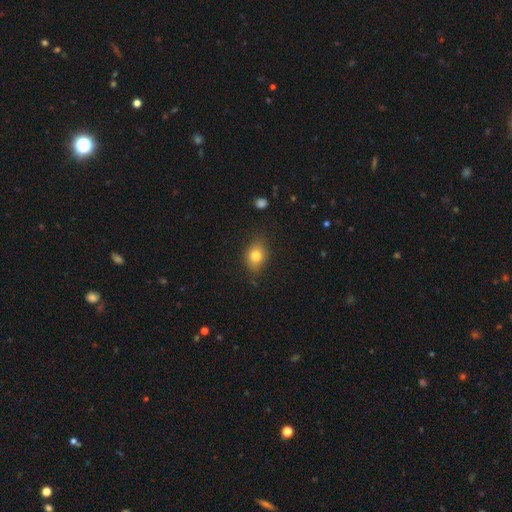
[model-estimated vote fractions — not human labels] Smooth or featured: smooth — 79% (featured or disk — 11%)
How rounded: in between — 60% (round — 38%)
Merging: none — 78% (minor disturbance — 17%)